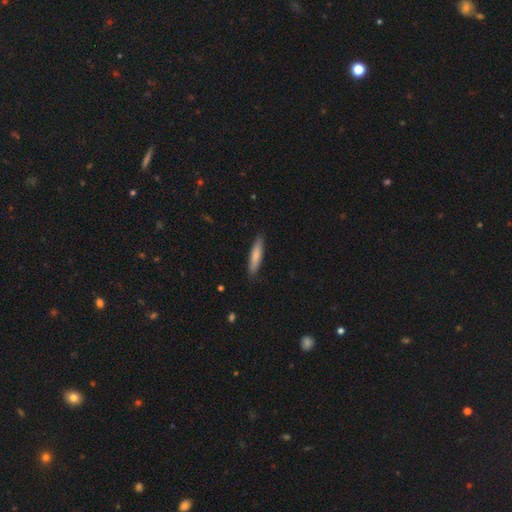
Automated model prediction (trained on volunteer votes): Smooth or featured? Predicted: smooth (p=0.80). How rounded? Predicted: cigar-shaped (p=0.83). Merging? Predicted: none (p=0.87).